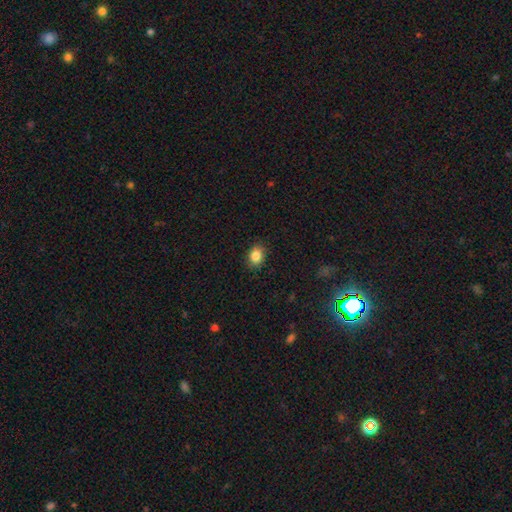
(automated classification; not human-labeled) Q: Smooth or featured?
A: smooth (85%); runner-up: star or artifact (10%)
Q: How rounded?
A: in between (57%); runner-up: round (42%)
Q: Merging?
A: none (85%); runner-up: minor disturbance (11%)